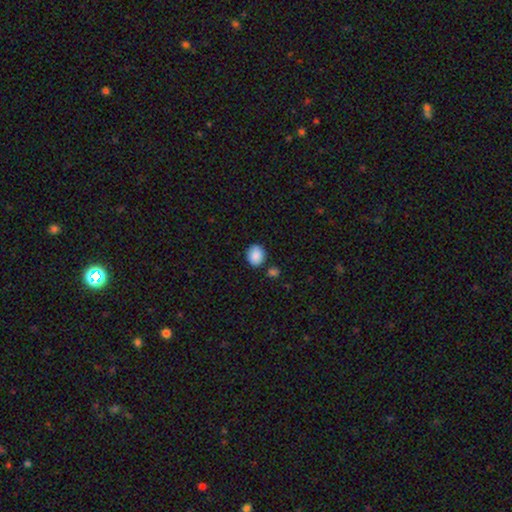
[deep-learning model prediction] Smooth or featured?
  - smooth: 89% *
  - star or artifact: 8%
  - featured or disk: 3%
How rounded?
  - round: 55% *
  - in between: 44%
  - cigar-shaped: 1%
Merging?
  - none: 83% *
  - minor disturbance: 10%
  - merger: 5%
  - major disturbance: 3%